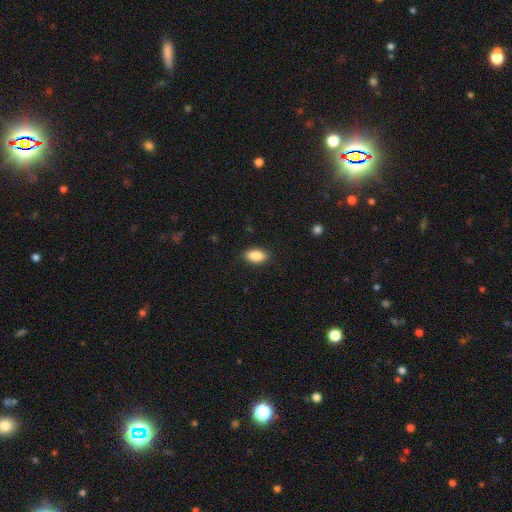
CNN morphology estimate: This appears to be a smooth galaxy with no disk features (89%) that is in between round and cigar-shaped (92%). Merging: none (88%).